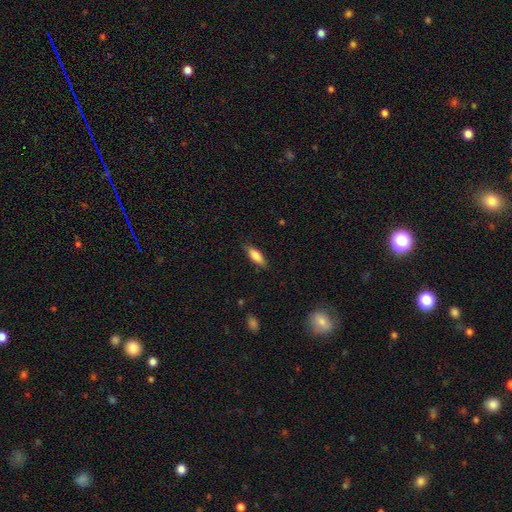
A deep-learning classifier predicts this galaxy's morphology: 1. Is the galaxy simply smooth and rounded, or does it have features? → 82% smooth, 11% featured or disk, 6% star or artifact.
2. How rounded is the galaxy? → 65% in between, 33% cigar-shaped, 2% round.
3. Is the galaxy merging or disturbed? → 80% none, 16% minor disturbance, 3% major disturbance, 1% merger.